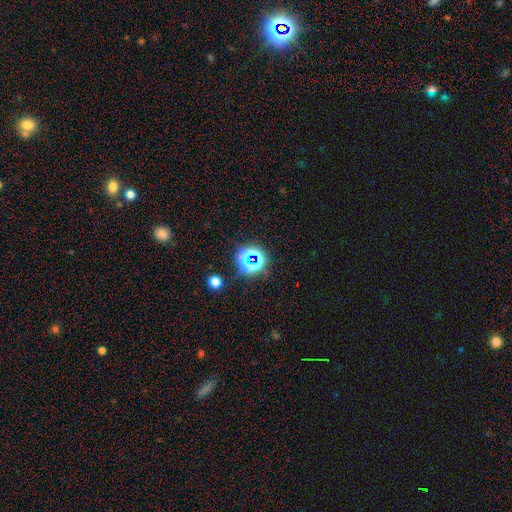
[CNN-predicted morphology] Smooth or featured? Predicted: star or artifact (p=0.72).